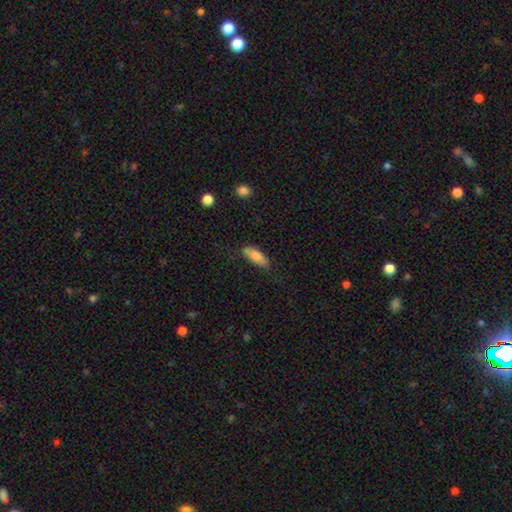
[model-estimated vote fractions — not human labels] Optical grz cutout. It shows a smooth galaxy with no disk features (82%) that is in between round and cigar-shaped (66%). Merging: none (74%).